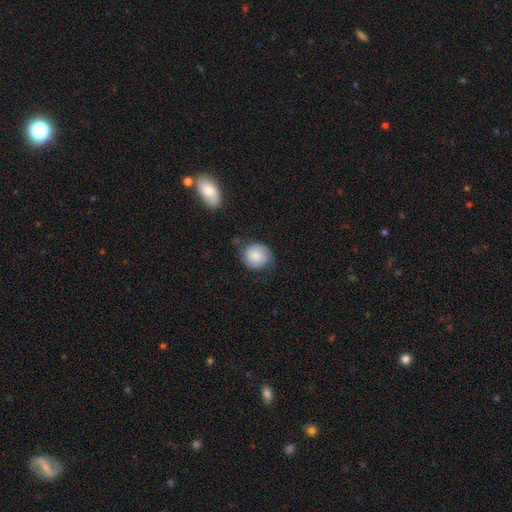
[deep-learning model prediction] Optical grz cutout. It shows a smooth galaxy with no disk features (79%) that is round (81%). Merging: none (66%).